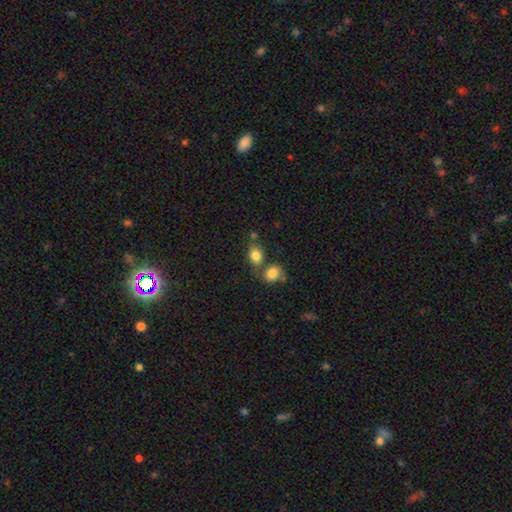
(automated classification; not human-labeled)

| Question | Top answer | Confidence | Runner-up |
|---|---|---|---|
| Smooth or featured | smooth | 83% | star or artifact (10%) |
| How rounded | in between | 62% | round (36%) |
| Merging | none | 57% | merger (26%) |